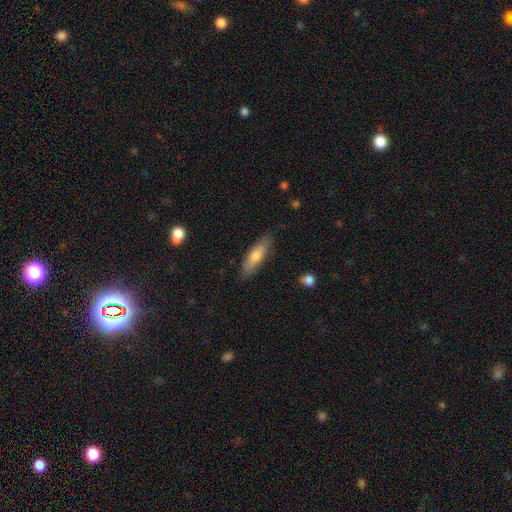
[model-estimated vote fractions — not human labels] The model was most divided on "how rounded": cigar-shaped: 61%, in between: 37%, round: 2%. More confident: merging — none (84%); smooth or featured — smooth (66%).